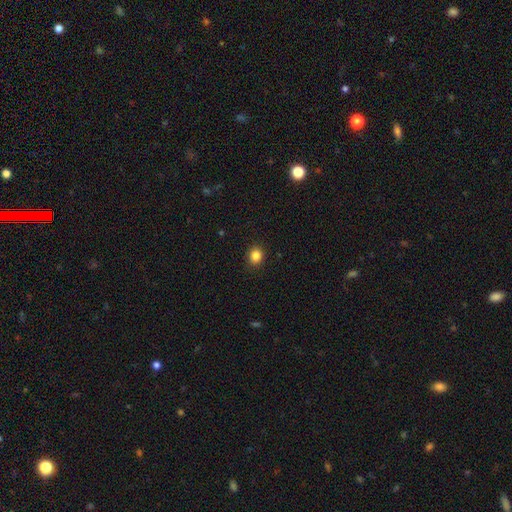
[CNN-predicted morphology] A smooth galaxy with no disk features (85%) that is round (77%). Merging: none (91%).